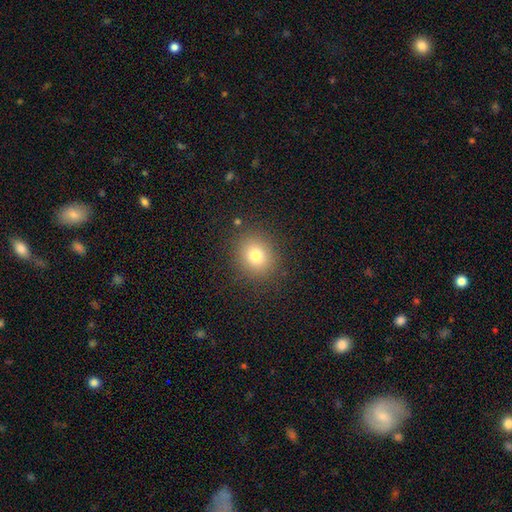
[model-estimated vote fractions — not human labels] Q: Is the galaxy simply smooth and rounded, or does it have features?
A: smooth — 78%.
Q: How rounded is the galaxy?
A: round — 76%.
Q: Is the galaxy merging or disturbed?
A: none — 87%.